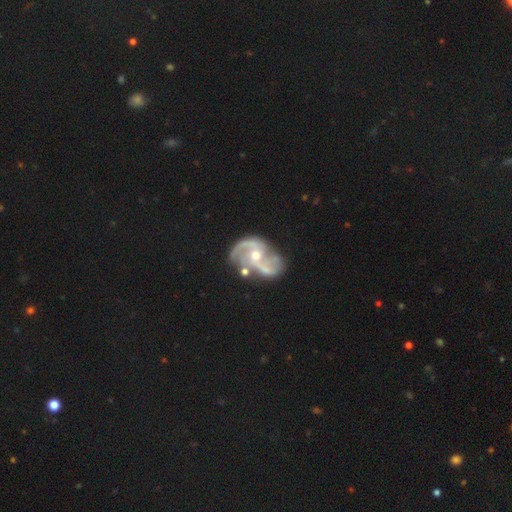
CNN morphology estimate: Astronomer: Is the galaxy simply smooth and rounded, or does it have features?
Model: featured or disk — 89%.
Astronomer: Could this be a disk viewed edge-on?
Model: no — 98%.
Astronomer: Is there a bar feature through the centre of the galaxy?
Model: no — 50% (runner-up: weak, 38%).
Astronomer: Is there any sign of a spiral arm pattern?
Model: yes — 96%.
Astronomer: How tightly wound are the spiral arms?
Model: medium — 49% (runner-up: loose, 37%).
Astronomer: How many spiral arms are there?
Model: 2 — 80%.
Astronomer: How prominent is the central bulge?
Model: moderate — 58% (runner-up: small, 36%).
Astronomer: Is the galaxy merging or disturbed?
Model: none — 49%.